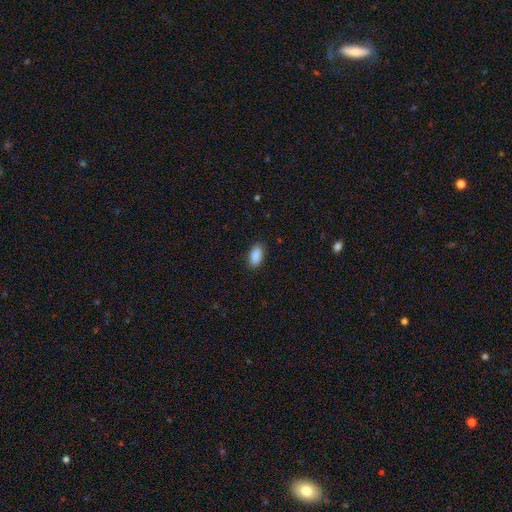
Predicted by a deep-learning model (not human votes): Smooth or featured?
  - smooth: 90% *
  - star or artifact: 7%
  - featured or disk: 3%
How rounded?
  - in between: 93% *
  - round: 4%
  - cigar-shaped: 3%
Merging?
  - none: 87% *
  - minor disturbance: 10%
  - major disturbance: 2%
  - merger: 1%